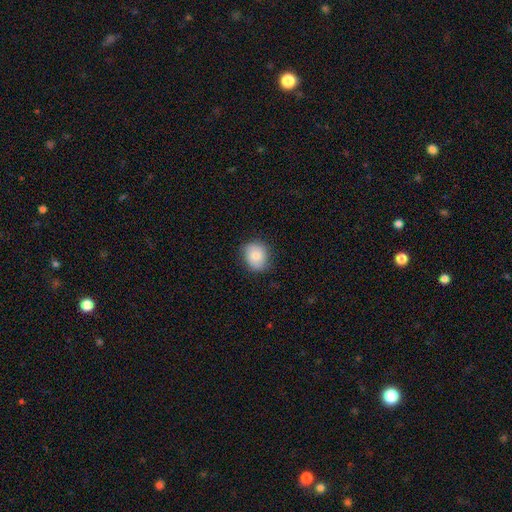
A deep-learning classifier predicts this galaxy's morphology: smooth_or_featured: smooth (p=0.76) [alt: featured or disk p=0.16]
how_rounded: round (p=0.66) [alt: in between p=0.34]
merging: none (p=0.78) [alt: minor disturbance p=0.17]